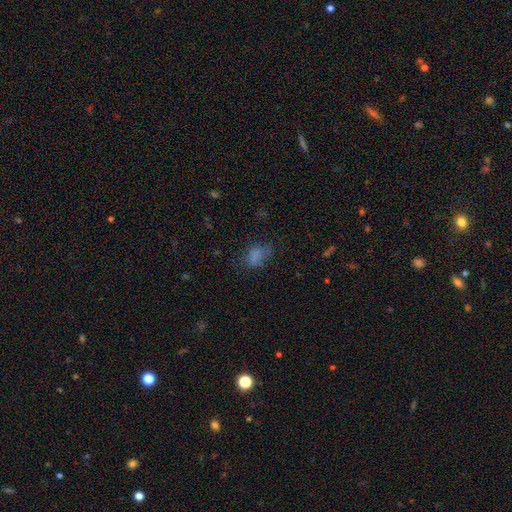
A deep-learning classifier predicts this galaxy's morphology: This is likely a smooth galaxy (69%). How rounded: likely in between (78%). Merging: possibly none (53%).